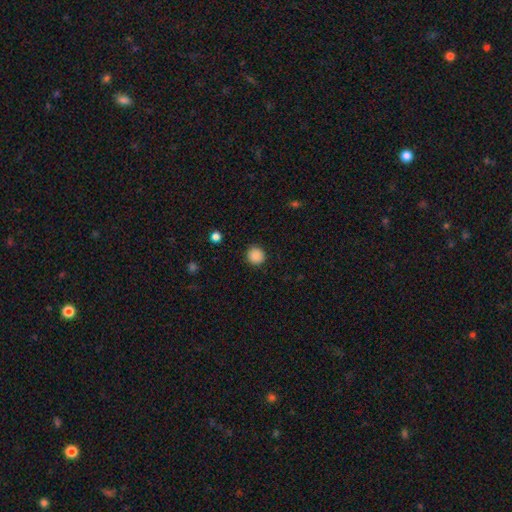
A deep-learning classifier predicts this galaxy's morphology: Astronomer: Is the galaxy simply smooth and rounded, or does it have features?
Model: smooth — 88%.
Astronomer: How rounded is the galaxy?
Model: round — 93%.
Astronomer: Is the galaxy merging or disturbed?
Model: none — 91%.